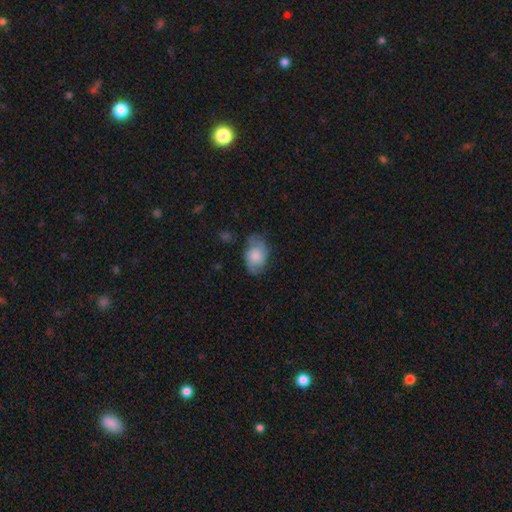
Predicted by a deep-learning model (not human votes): smooth 58%, featured or disk 34%, star or artifact 7%. Down the decision tree: how rounded — in between (84%); merging — none (59%).